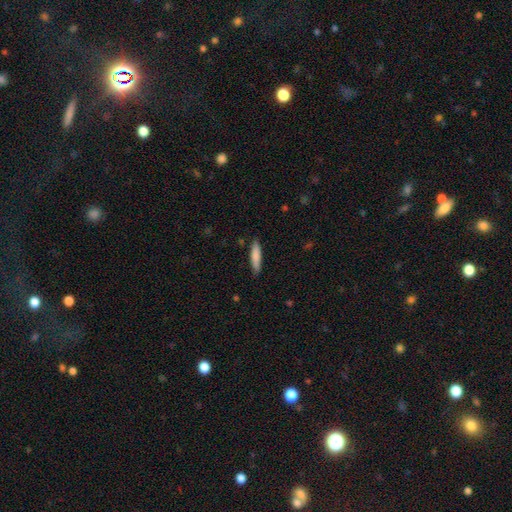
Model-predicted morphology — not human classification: Smooth or featured: smooth — 82% (featured or disk — 13%)
How rounded: cigar-shaped — 84% (in between — 15%)
Merging: none — 86% (minor disturbance — 11%)